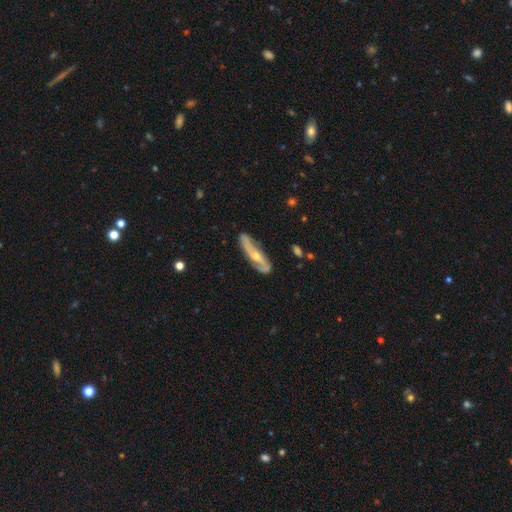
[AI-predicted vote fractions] Smooth or featured?
  - featured or disk: 74% *
  - smooth: 20%
  - star or artifact: 6%
Edge-on disk?
  - no: 67% *
  - yes: 33%
Bar?
  - no: 49% *
  - weak: 29%
  - strong: 22%
Spiral arms?
  - yes: 85% *
  - no: 15%
Bulge size?
  - moderate: 52% *
  - small: 43%
  - large: 2%
  - none: 2%
  - dominant: 1%
Merging?
  - none: 76% *
  - minor disturbance: 17%
  - major disturbance: 5%
  - merger: 2%